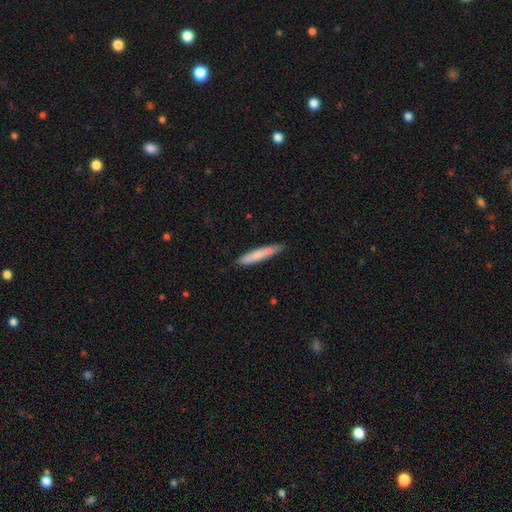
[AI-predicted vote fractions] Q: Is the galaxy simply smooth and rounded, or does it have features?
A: smooth — 76%.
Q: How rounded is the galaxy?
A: cigar-shaped — 89%.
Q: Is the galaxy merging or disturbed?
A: none — 77%.